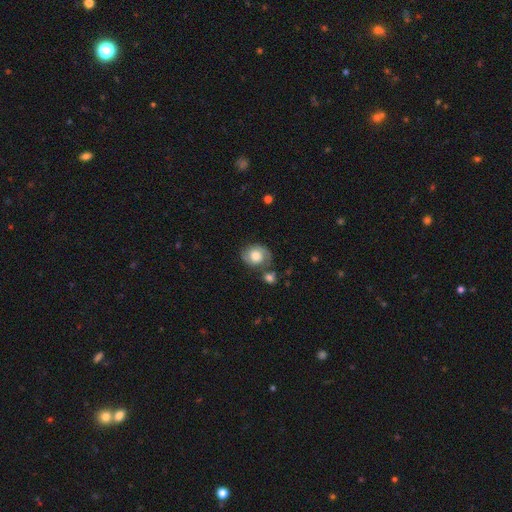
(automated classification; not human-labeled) Smooth or featured?
  - featured or disk: 50% *
  - smooth: 42%
  - star or artifact: 8%
Merging?
  - none: 60% *
  - minor disturbance: 19%
  - merger: 13%
  - major disturbance: 8%